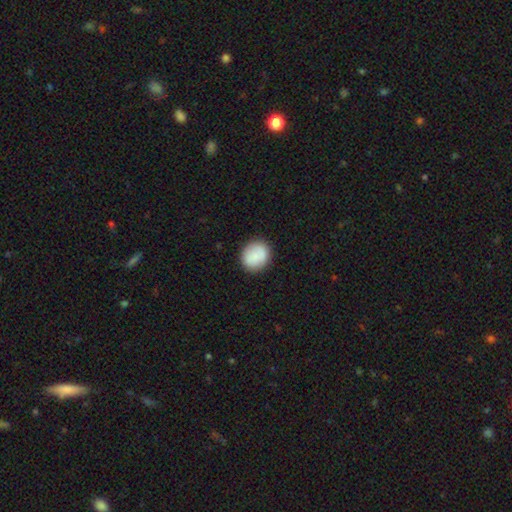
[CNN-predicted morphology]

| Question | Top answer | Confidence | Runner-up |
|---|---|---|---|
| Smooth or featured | smooth | 85% | featured or disk (9%) |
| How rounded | round | 77% | in between (22%) |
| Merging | none | 87% | minor disturbance (10%) |